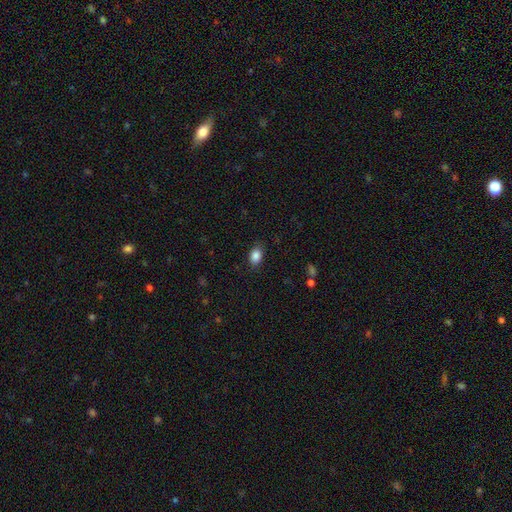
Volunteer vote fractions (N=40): A smooth galaxy with no disk features (88%) that is in between round and cigar-shaped (86%). Merging: none (76%).